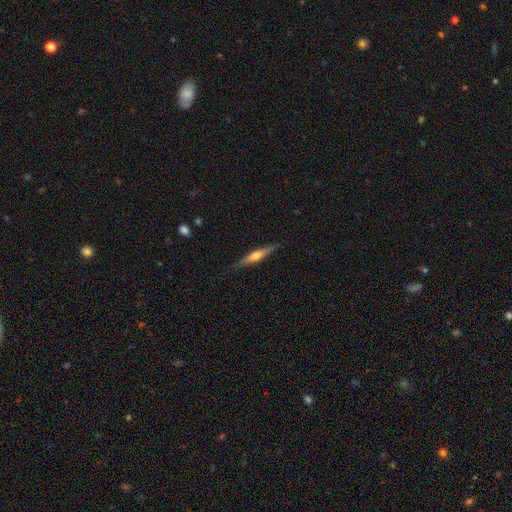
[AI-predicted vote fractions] This is likely a featured or disk galaxy (61%). It is clearly viewed edge-on (97%). Edge-on bulge: clearly rounded (88%). Merging: clearly none (86%).